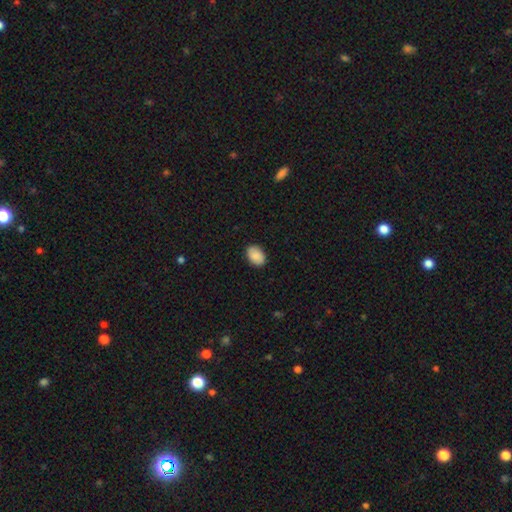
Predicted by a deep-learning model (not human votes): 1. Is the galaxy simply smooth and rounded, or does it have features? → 87% smooth, 7% star or artifact, 6% featured or disk.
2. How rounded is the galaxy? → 80% in between, 18% round, 1% cigar-shaped.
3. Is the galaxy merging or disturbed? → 88% none, 9% minor disturbance, 2% major disturbance, 1% merger.